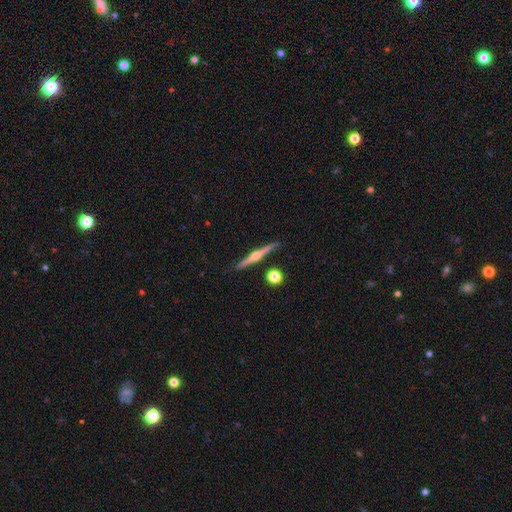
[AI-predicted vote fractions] Q: Smooth or featured?
A: featured or disk (79%); runner-up: smooth (15%)
Q: Edge-on disk?
A: yes (98%); runner-up: no (2%)
Q: Edge-on bulge?
A: rounded (94%); runner-up: none (3%)
Q: Merging?
A: none (89%); runner-up: minor disturbance (7%)